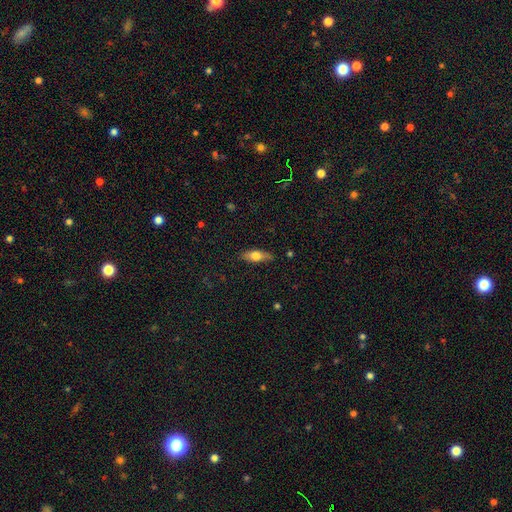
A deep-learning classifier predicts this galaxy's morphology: This is likely a smooth galaxy (63%). How rounded: likely in between (60%). Merging: clearly none (84%).